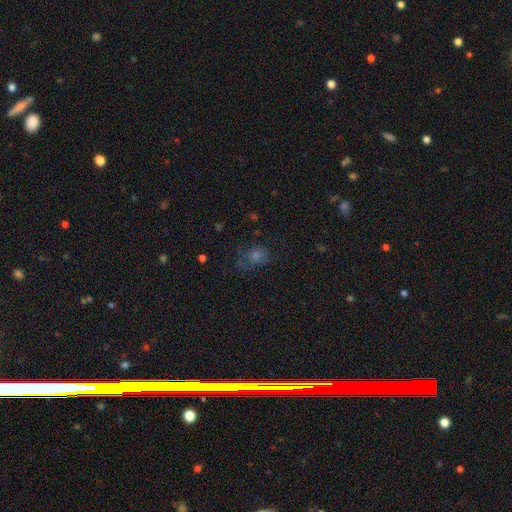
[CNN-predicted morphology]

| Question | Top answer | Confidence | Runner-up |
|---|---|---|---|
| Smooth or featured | smooth | 45% | star or artifact (31%) |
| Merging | none | 60% | minor disturbance (21%) |